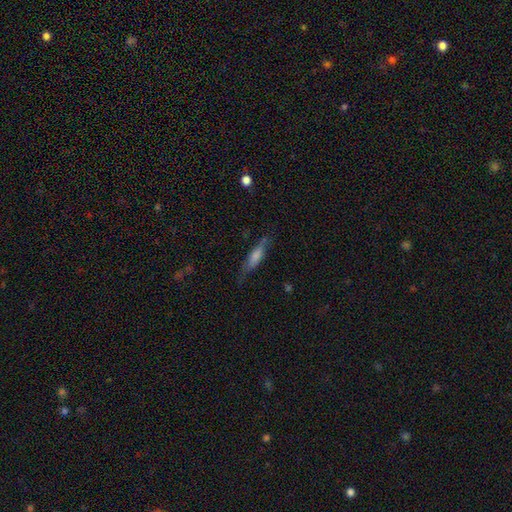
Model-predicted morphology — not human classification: Q: Smooth or featured?
A: smooth (51%); runner-up: featured or disk (40%)
Q: How rounded?
A: cigar-shaped (76%); runner-up: in between (22%)
Q: Merging?
A: none (70%); runner-up: minor disturbance (21%)